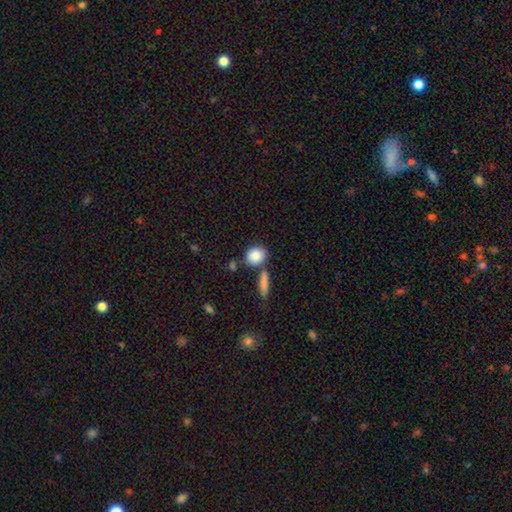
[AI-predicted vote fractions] A smooth galaxy with no disk features (85%) that is round (65%).

Vote fractions:
- Smooth or featured? smooth: 85% / featured or disk: 7% / star or artifact: 7%
- How rounded? round: 65% / in between: 32% / cigar-shaped: 3%
- Merging? none: 67% / merger: 17% / minor disturbance: 12% / major disturbance: 4%